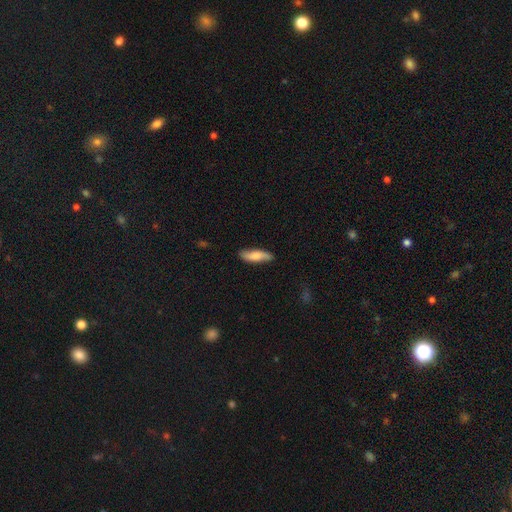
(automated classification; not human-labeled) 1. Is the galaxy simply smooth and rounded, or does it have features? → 71% smooth, 24% featured or disk, 6% star or artifact.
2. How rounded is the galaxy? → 54% cigar-shaped, 44% in between, 2% round.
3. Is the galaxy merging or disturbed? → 83% none, 13% minor disturbance, 2% major disturbance, 1% merger.